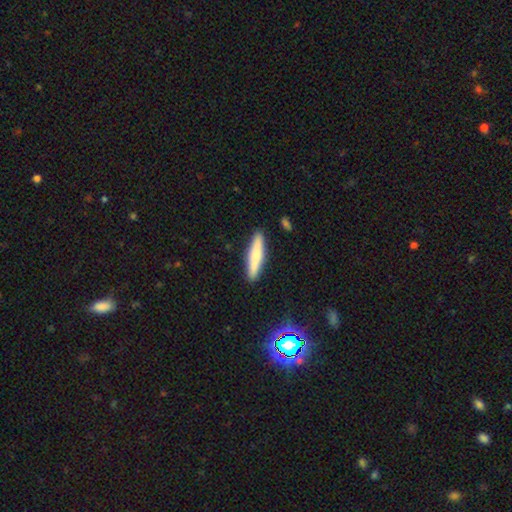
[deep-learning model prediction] smooth 70%, featured or disk 24%, star or artifact 6%. Down the decision tree: how rounded — cigar-shaped (87%); merging — none (89%).